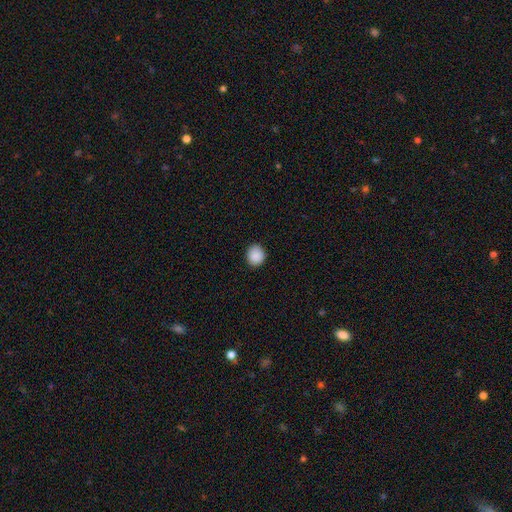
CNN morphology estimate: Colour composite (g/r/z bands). It shows a smooth galaxy with no disk features (89%) that is round (81%). Merging: none (88%).